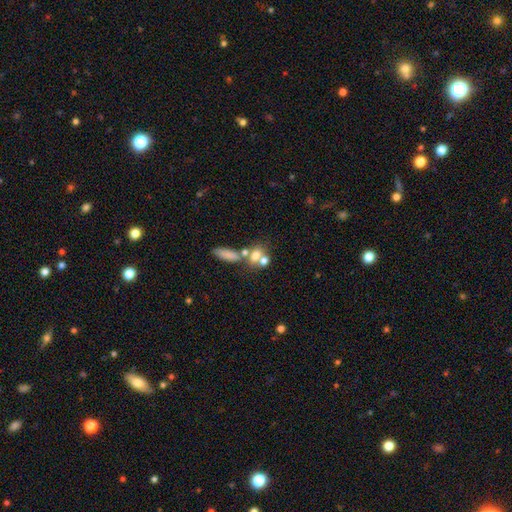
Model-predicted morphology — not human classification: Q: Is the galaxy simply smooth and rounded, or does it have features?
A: smooth — 66%.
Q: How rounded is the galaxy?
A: in between — 51%.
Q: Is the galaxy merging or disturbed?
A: merger — 49%.